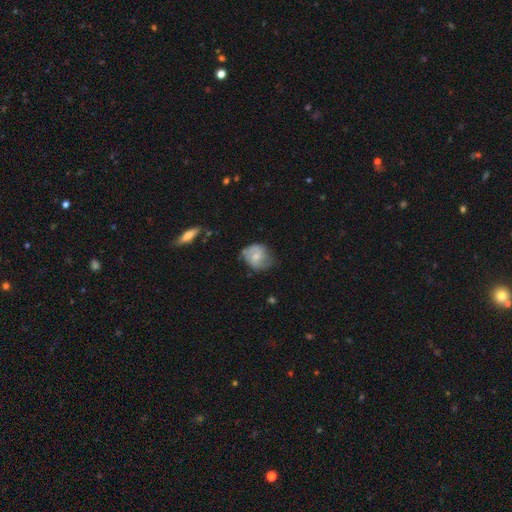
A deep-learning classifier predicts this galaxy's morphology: This appears to be a smooth galaxy with no disk features (49%). Merging: none (54%).